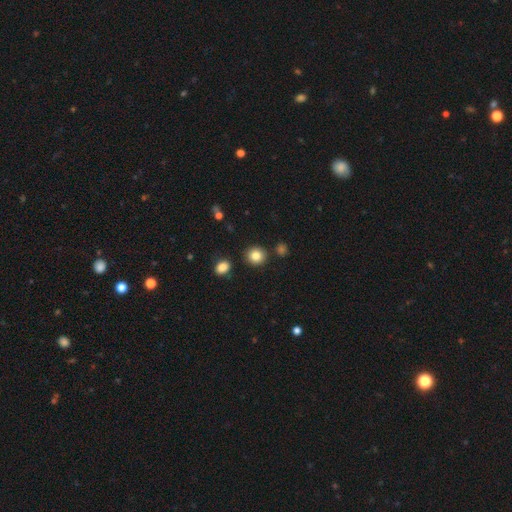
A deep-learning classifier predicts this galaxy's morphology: The model was most divided on "how rounded": round: 87%, in between: 12%, cigar-shaped: 1%. More confident: merging — none (88%); smooth or featured — smooth (85%).